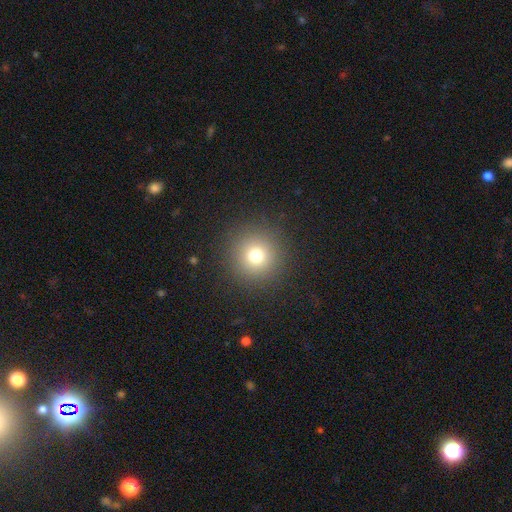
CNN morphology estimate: smooth 75%, star or artifact 16%, featured or disk 9%. Down the decision tree: how rounded — round (96%); merging — none (90%).